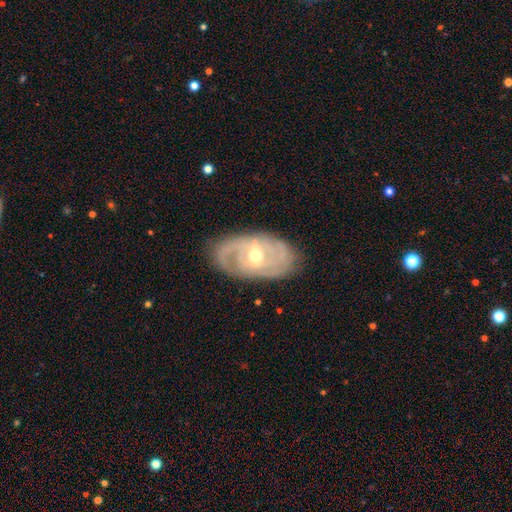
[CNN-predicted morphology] smooth-or-featured: featured or disk: 85% | smooth: 10% | star or artifact: 5%
  disk-edge-on: no: 94% | yes: 6%
    bar: weak: 50% | no: 29% | strong: 21%
    has-spiral-arms: yes: 92% | no: 8%
      spiral-winding: tight: 62% | medium: 29% | loose: 8%
      spiral-arm-count: 2: 34% | can't tell: 31% | 3: 20% | 4: 7% | 1: 5% | more than 4: 4%
    bulge-size: moderate: 61% | small: 35% | large: 2% | none: 1% | dominant: 1%
  merging: none: 80% | minor disturbance: 14% | major disturbance: 5% | merger: 1%